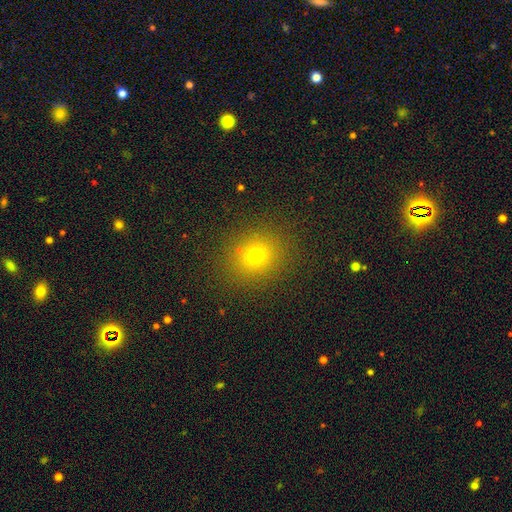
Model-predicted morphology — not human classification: Smooth or featured? Predicted: smooth (p=0.71). How rounded? Predicted: round (p=0.76). Merging? Predicted: none (p=0.87).